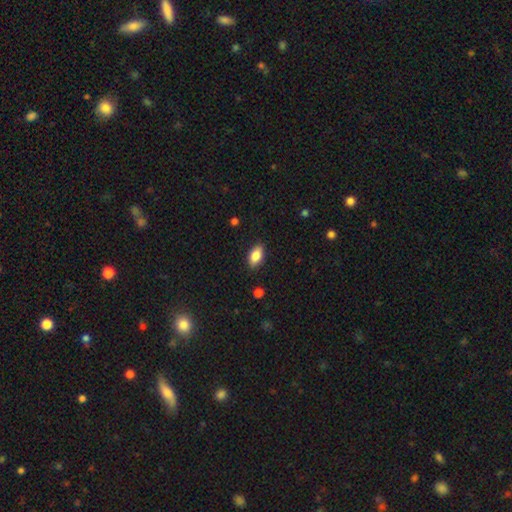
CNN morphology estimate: smooth_or_featured: smooth (p=0.84) [alt: featured or disk p=0.08]
how_rounded: in between (p=0.90) [alt: round p=0.05]
merging: none (p=0.86) [alt: minor disturbance p=0.10]